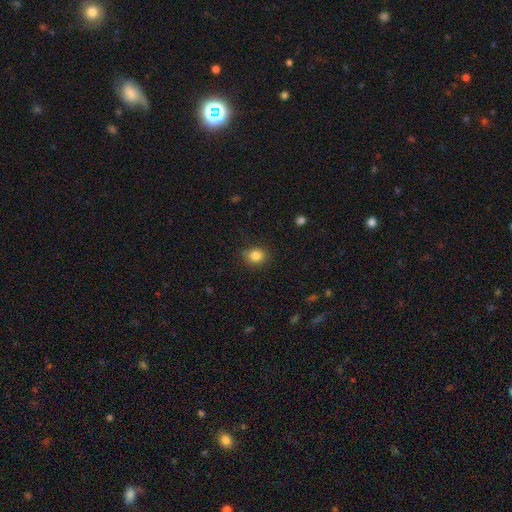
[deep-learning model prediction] smooth-or-featured: smooth: 84% | star or artifact: 10% | featured or disk: 6%
  how-rounded: round: 67% | in between: 32% | cigar-shaped: 1%
  merging: none: 85% | minor disturbance: 11% | major disturbance: 2% | merger: 1%